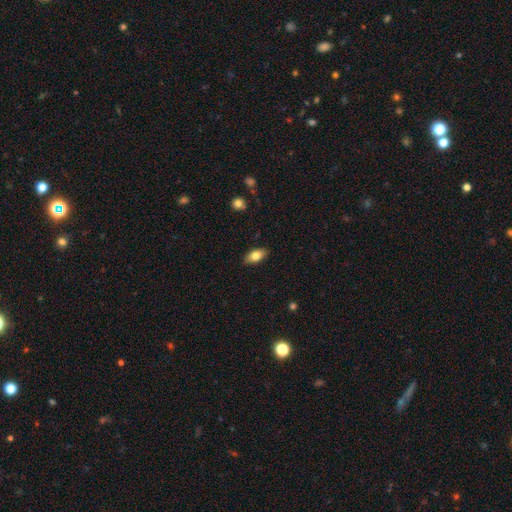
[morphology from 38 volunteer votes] A smooth galaxy with no disk features (79%) that is in between round and cigar-shaped (100%).

Vote fractions:
- Smooth or featured? smooth: 79% / featured or disk: 18% / star or artifact: 3%
- How rounded? in between: 100% / round: 0% / cigar-shaped: 0%
- Merging? none: 84% / minor disturbance: 11% / major disturbance: 5% / merger: 0%